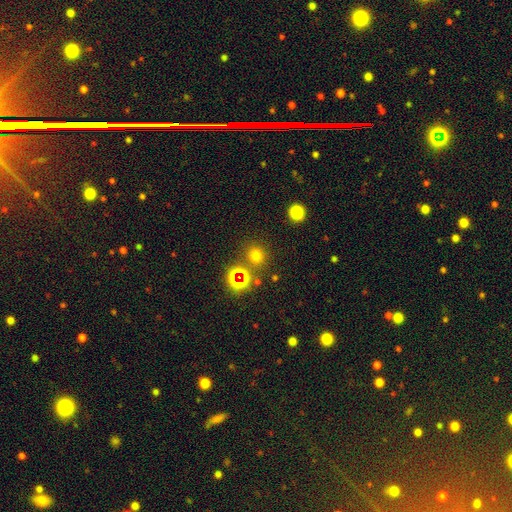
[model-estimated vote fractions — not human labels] Smooth or featured?
  - smooth: 67% *
  - star or artifact: 27%
  - featured or disk: 6%
How rounded?
  - round: 91% *
  - in between: 8%
  - cigar-shaped: 1%
Merging?
  - none: 82% *
  - minor disturbance: 8%
  - merger: 7%
  - major disturbance: 4%